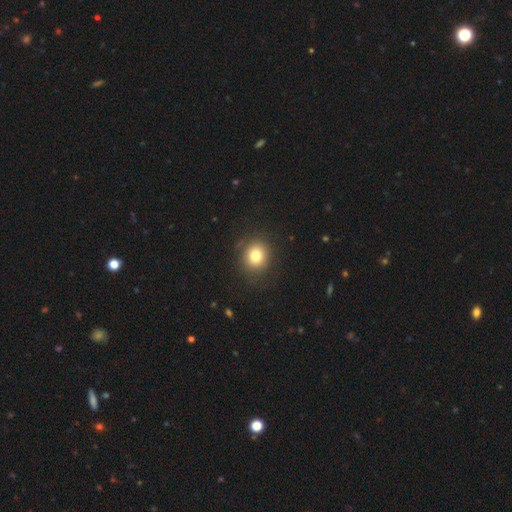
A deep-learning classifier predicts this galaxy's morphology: type=smooth (78%); roundness=round (83%); merging=none (86%).